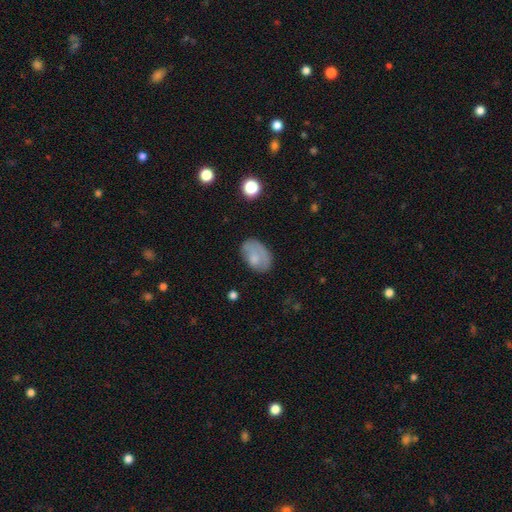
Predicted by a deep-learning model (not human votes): smooth 73%, featured or disk 19%, star or artifact 8%. Down the decision tree: how rounded — in between (87%); merging — none (60%).